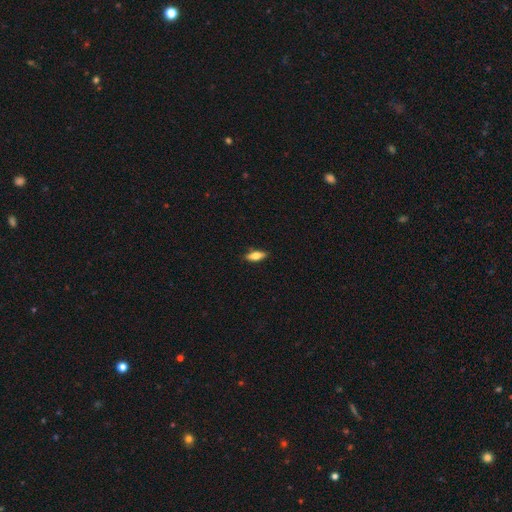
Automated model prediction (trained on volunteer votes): smooth-or-featured: smooth: 67% | featured or disk: 26% | star or artifact: 7%
  how-rounded: in between: 68% | cigar-shaped: 29% | round: 3%
  merging: none: 86% | minor disturbance: 11% | major disturbance: 2% | merger: 1%